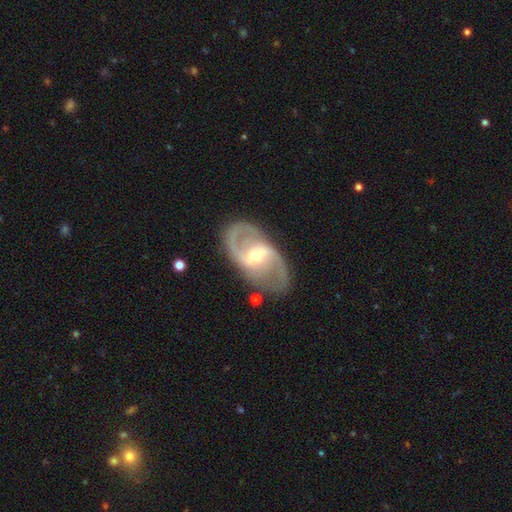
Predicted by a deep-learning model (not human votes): Q: Smooth or featured?
A: featured or disk (87%); runner-up: smooth (8%)
Q: Edge-on disk?
A: no (95%); runner-up: yes (5%)
Q: Bar?
A: weak (46%); runner-up: strong (36%)
Q: Spiral arms?
A: yes (94%); runner-up: no (6%)
Q: Spiral winding?
A: medium (54%); runner-up: loose (27%)
Q: Spiral arm count?
A: 2 (88%); runner-up: can't tell (5%)
Q: Bulge size?
A: moderate (52%); runner-up: small (43%)
Q: Merging?
A: none (81%); runner-up: minor disturbance (12%)